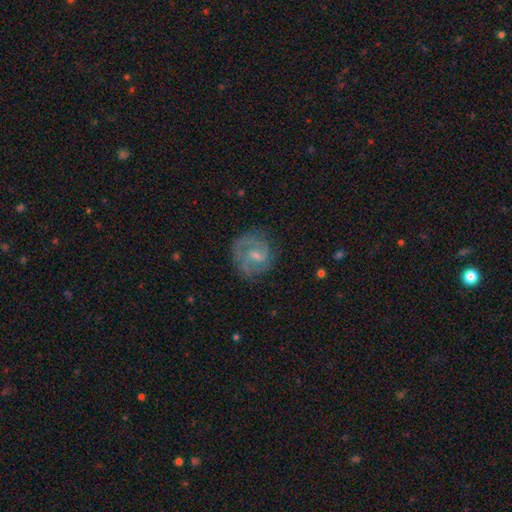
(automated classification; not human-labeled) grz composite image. It shows a featured or disk galaxy (79%) with a weak bar (54%), 2 (64%) medium (47%) spiral arms (94%) and a small central bulge (53%). Merging: none (74%).